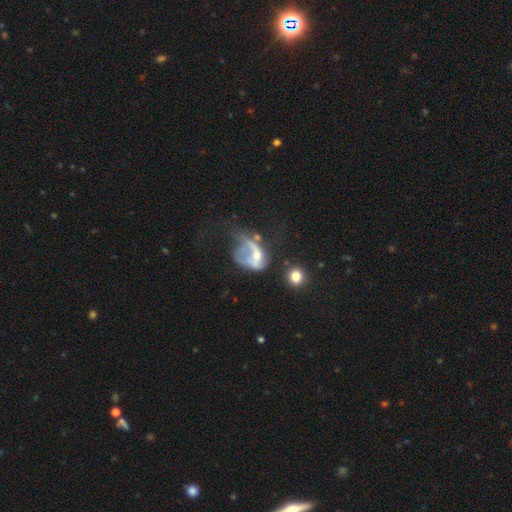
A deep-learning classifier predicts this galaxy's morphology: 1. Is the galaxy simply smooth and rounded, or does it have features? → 55% featured or disk, 32% smooth, 12% star or artifact.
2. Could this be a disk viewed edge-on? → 96% no, 4% yes.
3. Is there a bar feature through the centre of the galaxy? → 74% no, 19% weak, 7% strong.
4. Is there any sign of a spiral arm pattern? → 73% no, 27% yes.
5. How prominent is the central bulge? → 44% moderate, 32% small, 16% none, 6% large, 2% dominant.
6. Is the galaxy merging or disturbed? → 55% major disturbance, 16% merger, 15% none, 14% minor disturbance.